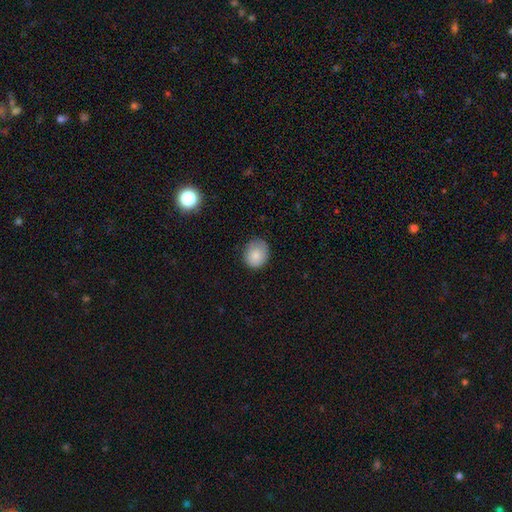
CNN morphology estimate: smooth 85%, star or artifact 8%, featured or disk 7%. Down the decision tree: how rounded — round (70%); merging — none (76%).